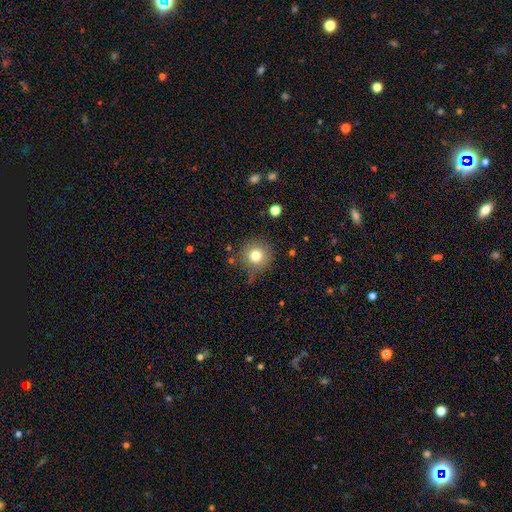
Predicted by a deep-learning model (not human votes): smooth_or_featured: smooth (p=0.78) [alt: star or artifact p=0.12]
how_rounded: round (p=0.94) [alt: in between p=0.05]
merging: none (p=0.82) [alt: minor disturbance p=0.12]